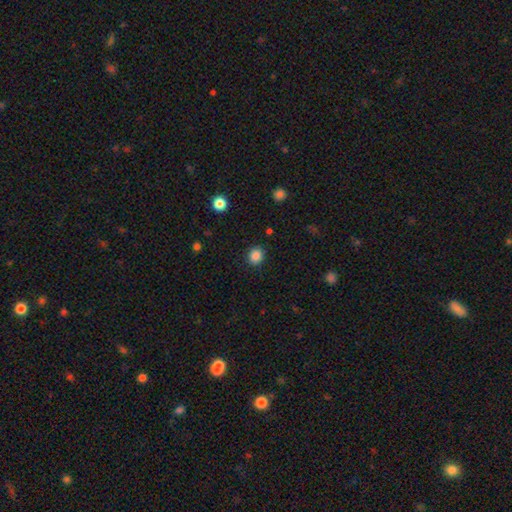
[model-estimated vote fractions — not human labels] The model was most divided on "how rounded": round: 81%, in between: 18%, cigar-shaped: 1%. More confident: merging — none (89%); smooth or featured — smooth (86%).